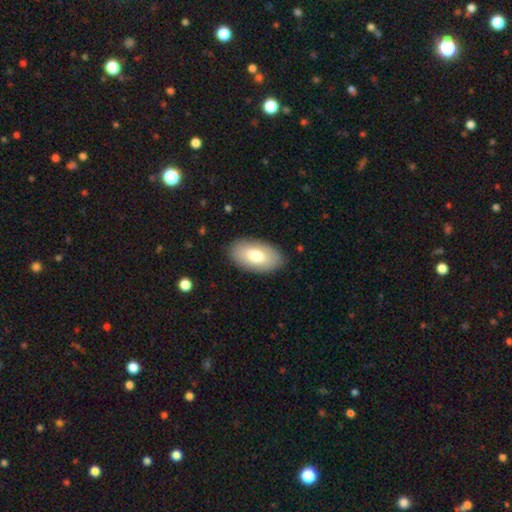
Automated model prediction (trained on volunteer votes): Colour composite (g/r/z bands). It shows a smooth galaxy with no disk features (75%) that is in between round and cigar-shaped (95%). Merging: none (88%).